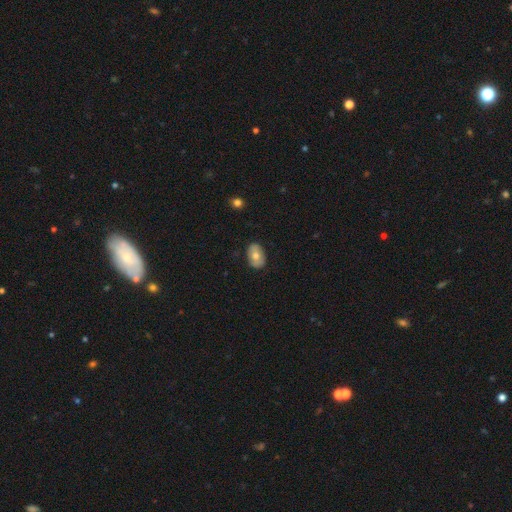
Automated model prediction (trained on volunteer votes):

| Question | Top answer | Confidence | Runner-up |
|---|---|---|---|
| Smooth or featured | smooth | 67% | featured or disk (26%) |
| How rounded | in between | 87% | round (12%) |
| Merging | none | 83% | minor disturbance (14%) |